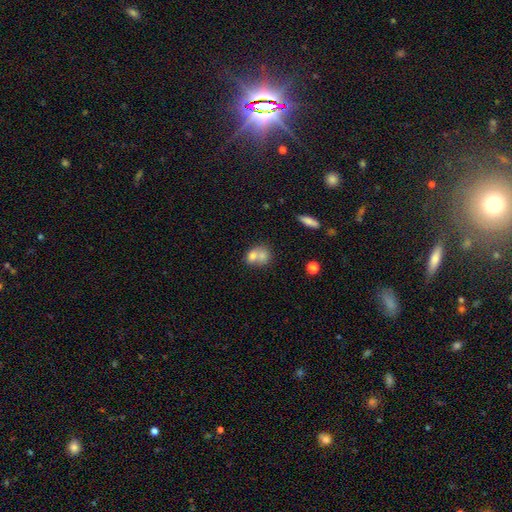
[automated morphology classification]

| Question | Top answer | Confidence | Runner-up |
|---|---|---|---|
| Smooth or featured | smooth | 71% | featured or disk (20%) |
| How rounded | round | 52% | in between (46%) |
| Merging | merger | 67% | none (22%) |